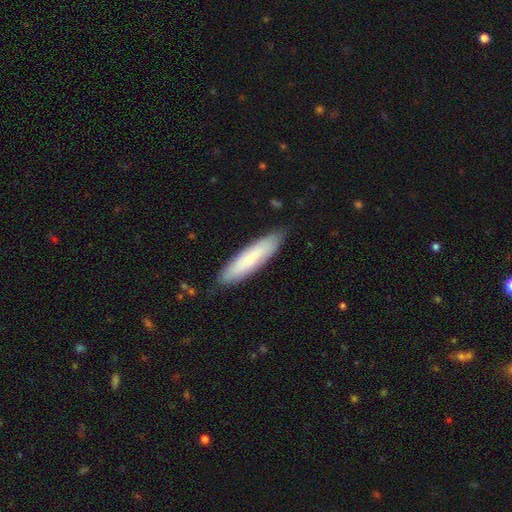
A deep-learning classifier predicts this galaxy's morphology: This is likely a smooth galaxy (74%). How rounded: clearly cigar-shaped (81%). Merging: clearly none (87%).